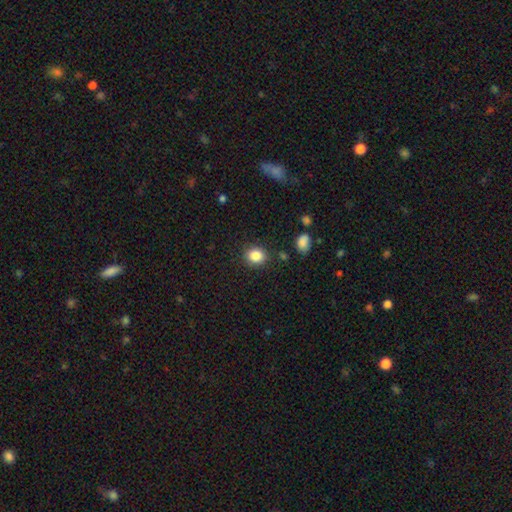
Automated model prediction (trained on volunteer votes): A smooth galaxy with no disk features (86%) that is round (70%). Merging: none (86%).